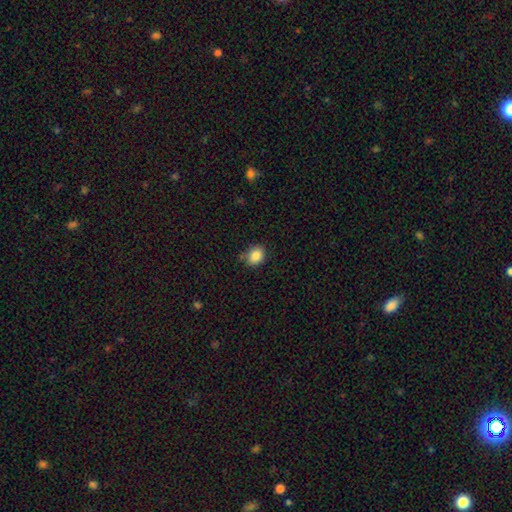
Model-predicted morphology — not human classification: smooth-or-featured: smooth: 86% | star or artifact: 9% | featured or disk: 5%
  how-rounded: round: 54% | in between: 45% | cigar-shaped: 1%
  merging: none: 79% | minor disturbance: 15% | merger: 3% | major disturbance: 3%